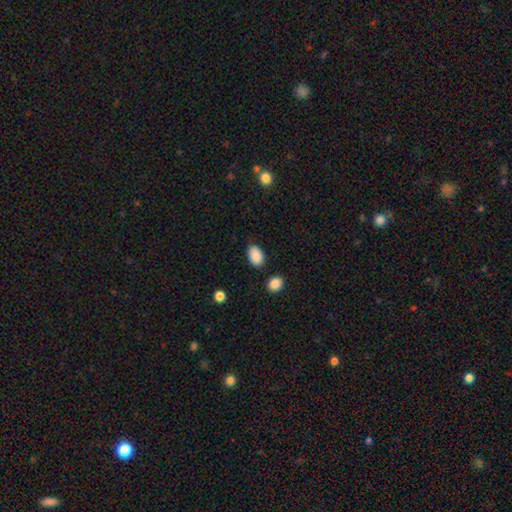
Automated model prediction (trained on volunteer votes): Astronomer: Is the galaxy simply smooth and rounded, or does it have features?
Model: smooth — 89%.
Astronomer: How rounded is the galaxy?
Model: in between — 89%.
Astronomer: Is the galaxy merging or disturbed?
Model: none — 82%.